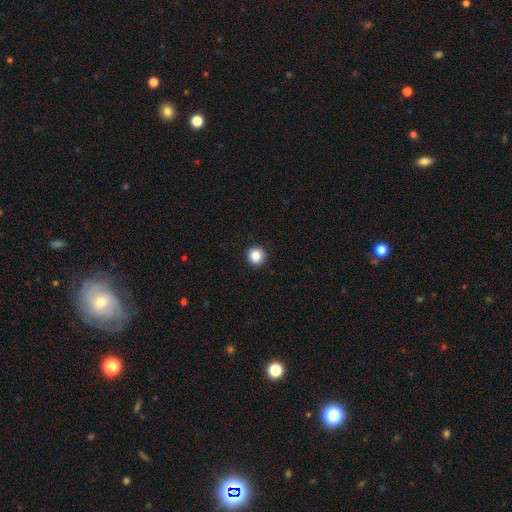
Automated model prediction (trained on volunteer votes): A smooth galaxy with no disk features (87%) that is round (95%). Merging: none (93%).